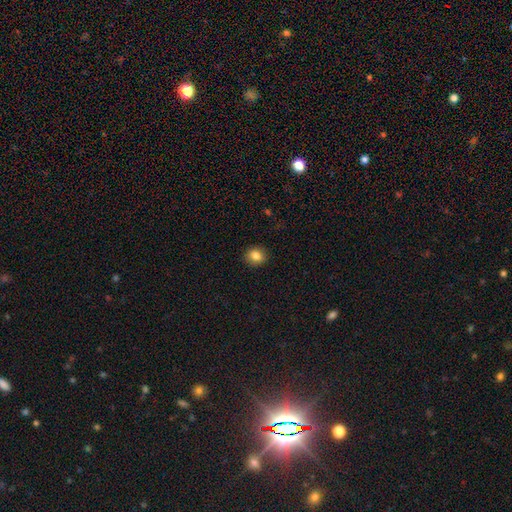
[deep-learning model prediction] This is clearly a smooth galaxy (84%). How rounded: likely round (76%). Merging: clearly none (90%).